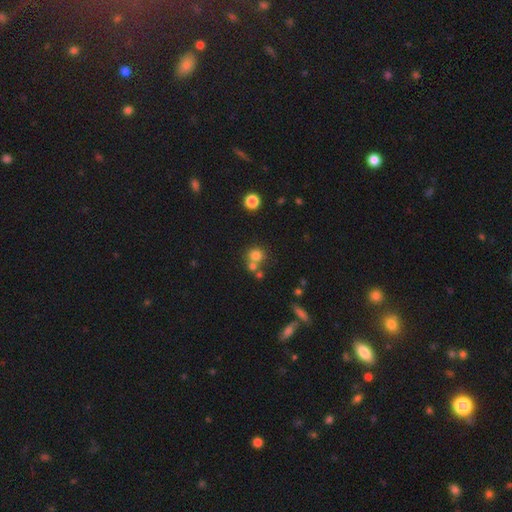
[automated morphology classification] Smooth or featured? Predicted: smooth (p=0.74). How rounded? Predicted: round (p=0.88). Merging? Predicted: none (p=0.55).